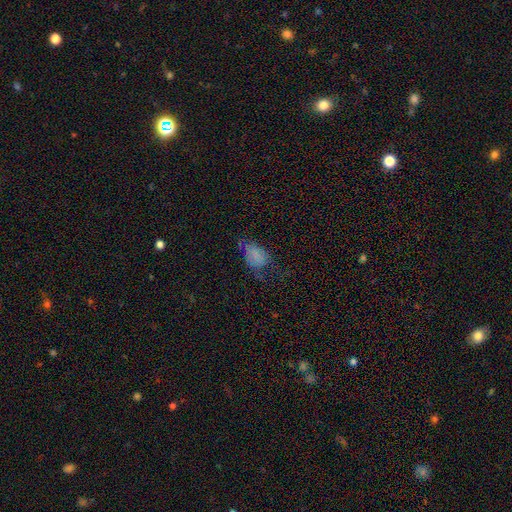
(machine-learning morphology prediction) This is likely a smooth galaxy (67%). How rounded: clearly in between (89%). Merging: marginally none (39%).